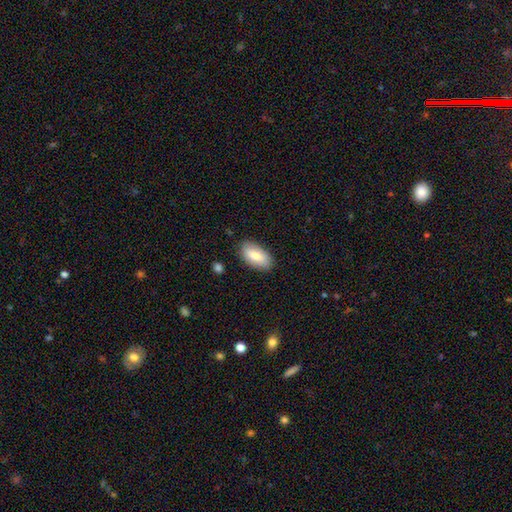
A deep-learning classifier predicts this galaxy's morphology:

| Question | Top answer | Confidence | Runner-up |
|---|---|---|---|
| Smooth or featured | smooth | 78% | featured or disk (16%) |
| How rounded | in between | 93% | cigar-shaped (4%) |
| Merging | none | 85% | minor disturbance (11%) |